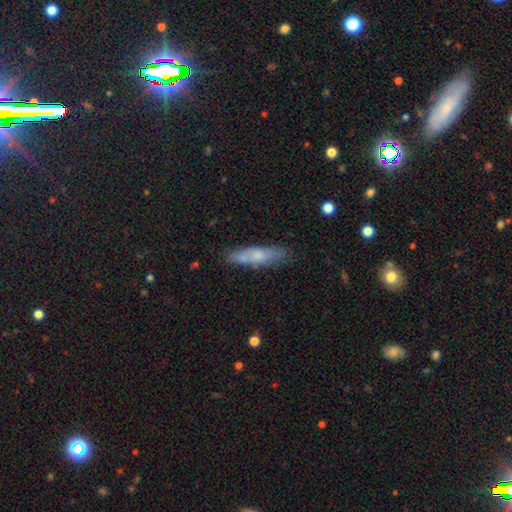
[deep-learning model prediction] This is likely a smooth galaxy (61%). How rounded: likely cigar-shaped (76%). Merging: likely none (75%).